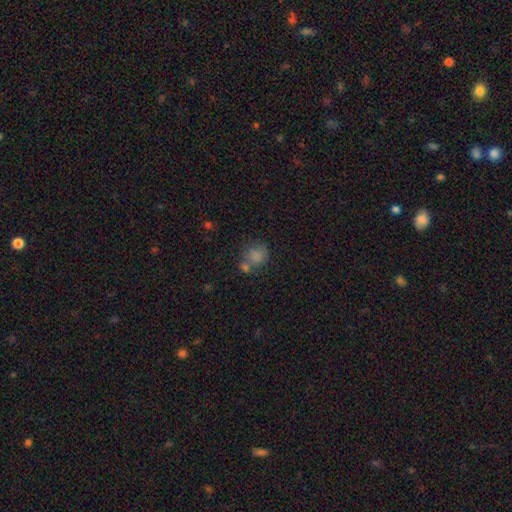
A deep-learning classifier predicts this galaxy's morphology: Smooth or featured?
  - smooth: 77% *
  - star or artifact: 13%
  - featured or disk: 10%
How rounded?
  - round: 69% *
  - in between: 30%
  - cigar-shaped: 1%
Merging?
  - none: 46% *
  - merger: 30%
  - minor disturbance: 16%
  - major disturbance: 9%